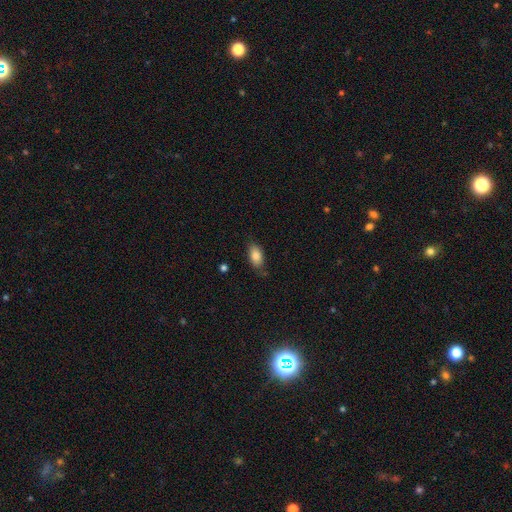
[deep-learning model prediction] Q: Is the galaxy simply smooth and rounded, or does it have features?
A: smooth — 83%.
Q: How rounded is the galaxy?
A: in between — 90%.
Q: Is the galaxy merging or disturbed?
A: none — 74%.